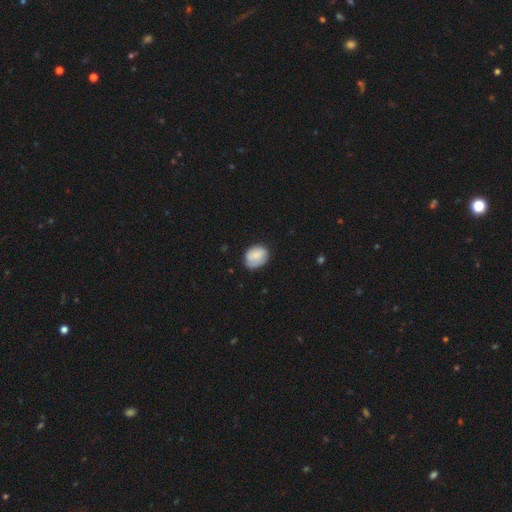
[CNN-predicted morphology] type=smooth (78%); roundness=in between (58%); merging=none (65%).